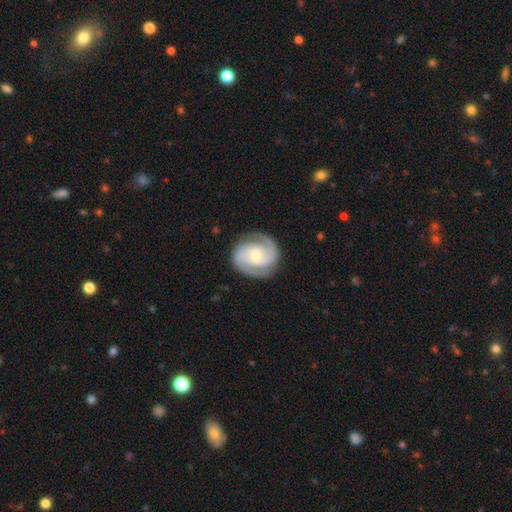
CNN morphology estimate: This appears to be a featured or disk galaxy (89%) with no bar (46%), 2 (90%) tight (51%) spiral arms (98%) and a small central bulge (52%). Merging: none (85%).